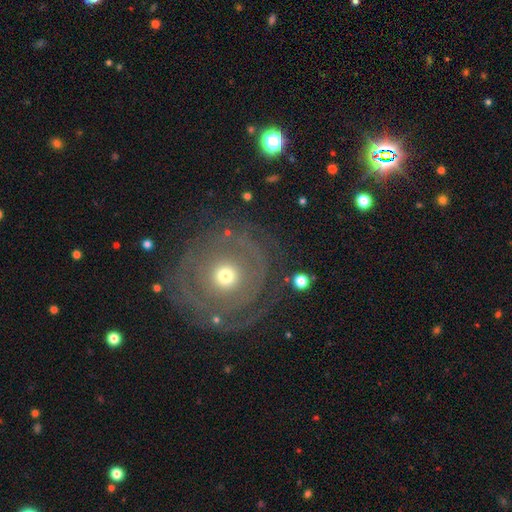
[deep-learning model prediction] This is likely a featured or disk galaxy (67%). It is clearly not viewed edge-on (96%). Bar: clearly no (83%). Spiral arm pattern: likely yes (62%). Central bulge: likely moderate (62%). Merging: likely none (79%).